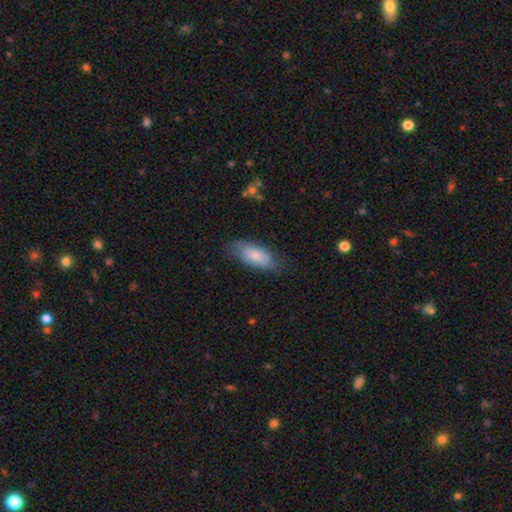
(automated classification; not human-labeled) Overall: smooth (73%). How rounded: in between (85%). Merging: none (67%).